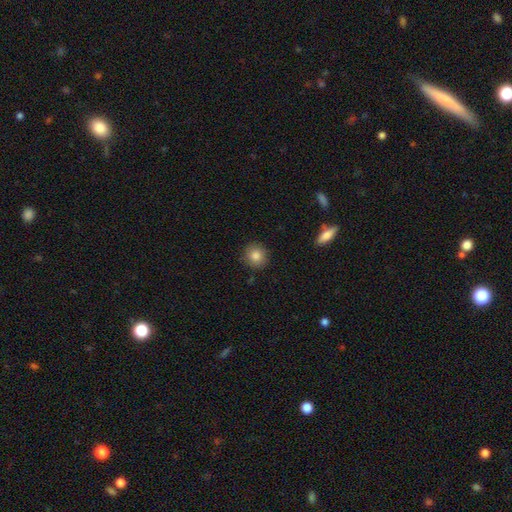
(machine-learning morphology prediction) Q: Smooth or featured?
A: smooth (85%); runner-up: star or artifact (9%)
Q: How rounded?
A: round (89%); runner-up: in between (10%)
Q: Merging?
A: none (89%); runner-up: minor disturbance (8%)